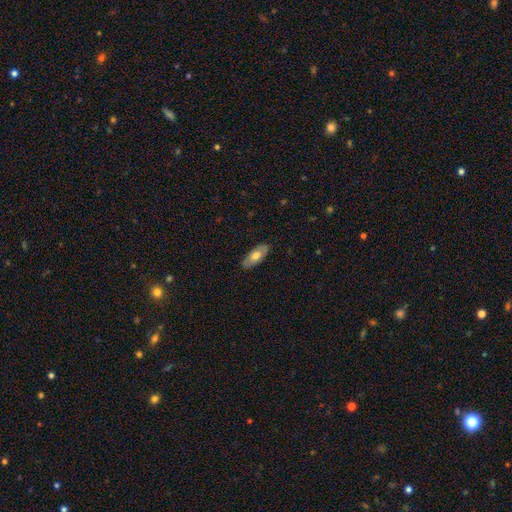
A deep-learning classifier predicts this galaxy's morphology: smooth 66%, featured or disk 28%, star or artifact 6%. Down the decision tree: how rounded — in between (83%); merging — none (88%).